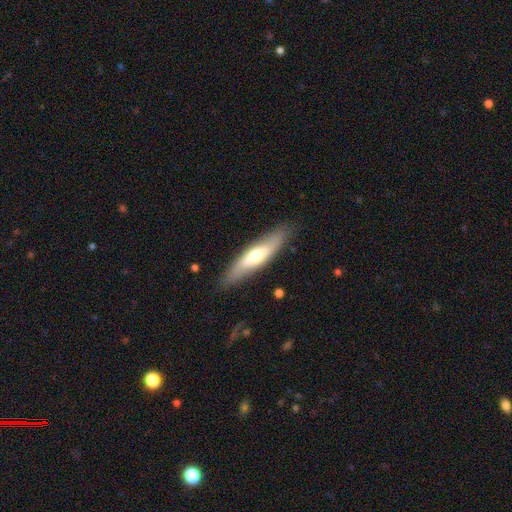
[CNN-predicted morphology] Q: Smooth or featured?
A: smooth (51%); runner-up: featured or disk (43%)
Q: How rounded?
A: cigar-shaped (70%); runner-up: in between (28%)
Q: Merging?
A: none (85%); runner-up: minor disturbance (11%)